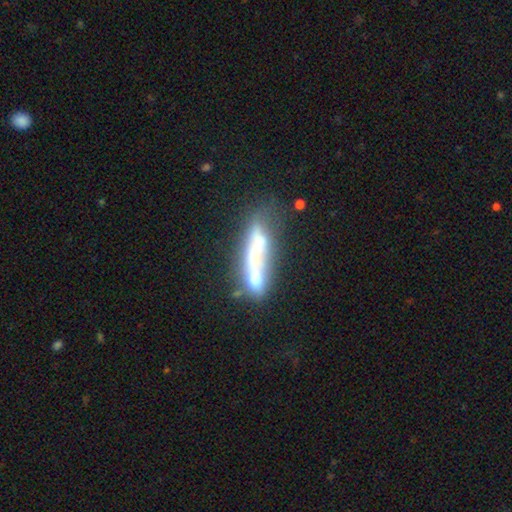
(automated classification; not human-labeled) Q: Smooth or featured?
A: featured or disk (53%); runner-up: smooth (37%)
Q: Edge-on disk?
A: no (59%); runner-up: yes (41%)
Q: Merging?
A: merger (36%); runner-up: none (33%)